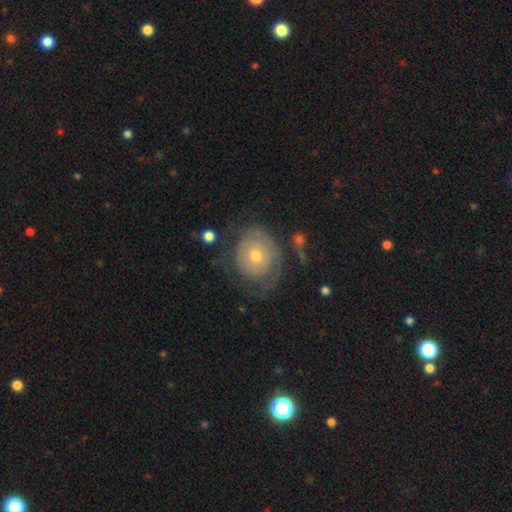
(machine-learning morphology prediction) Smooth or featured? Predicted: featured or disk (p=0.59). Edge-on disk? Predicted: no (p=0.96). Bar? Predicted: no (p=0.85). Spiral arms? Predicted: yes (p=0.63). Bulge size? Predicted: moderate (p=0.51). Merging? Predicted: none (p=0.52).